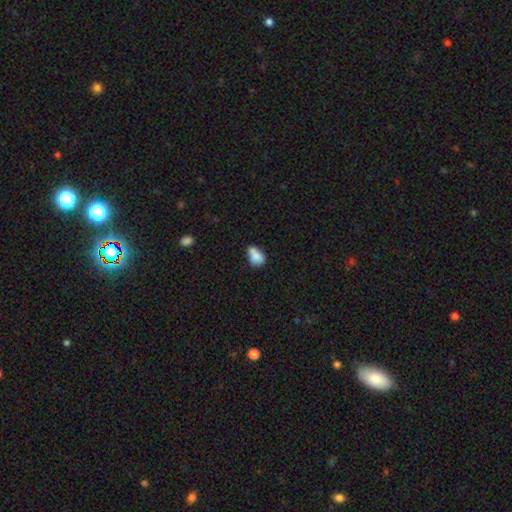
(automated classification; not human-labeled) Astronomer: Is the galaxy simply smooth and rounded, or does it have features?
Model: smooth — 79%.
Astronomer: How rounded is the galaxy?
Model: in between — 76%.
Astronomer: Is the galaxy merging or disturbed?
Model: none — 36% (runner-up: merger, 28%).